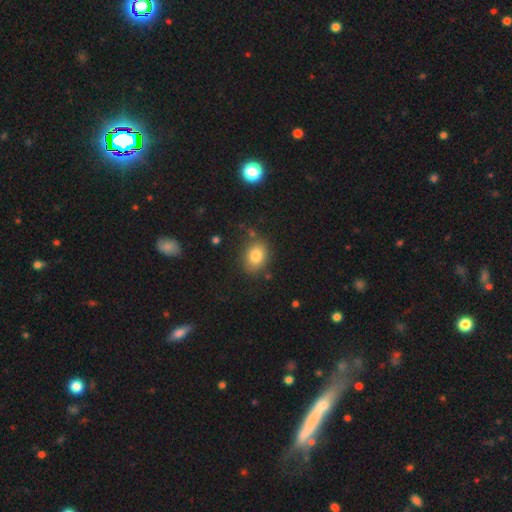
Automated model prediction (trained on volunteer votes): This appears to be a smooth galaxy with no disk features (81%) that is in between round and cigar-shaped (57%). Merging: none (80%).